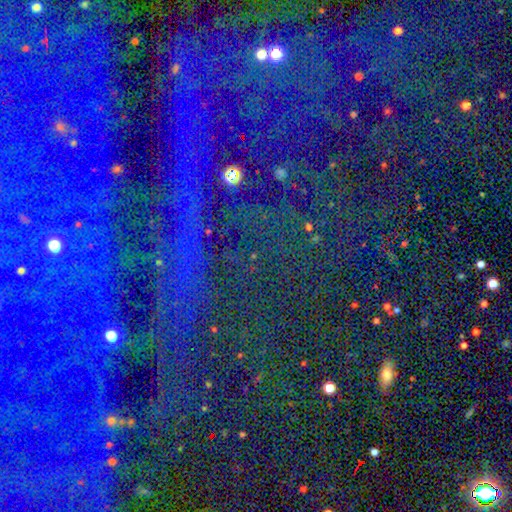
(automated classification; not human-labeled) Overall: star or artifact (86%).